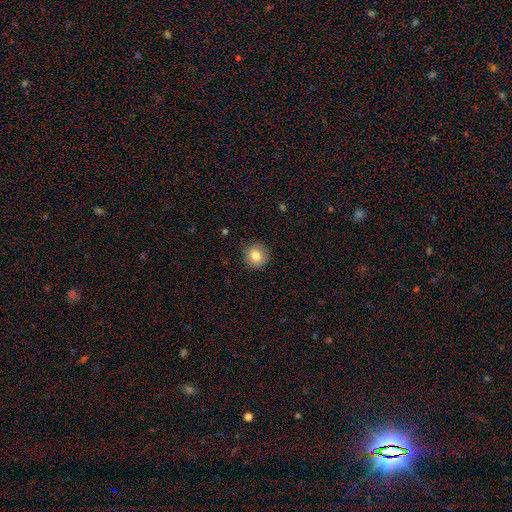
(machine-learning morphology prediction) Smooth or featured? smooth (82%)
How rounded? round (93%)
Merging? none (90%)